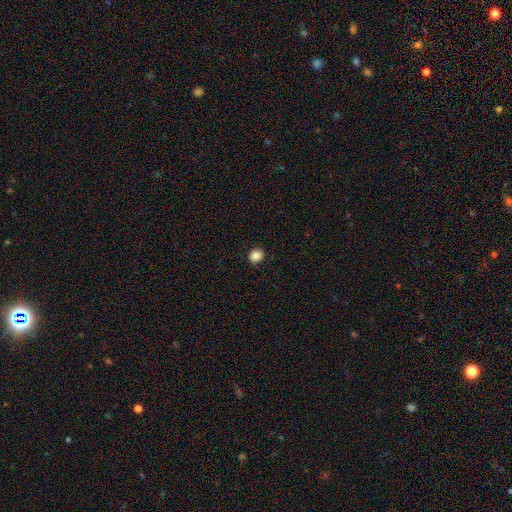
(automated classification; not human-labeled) Smooth or featured: smooth — 86% (star or artifact — 10%)
How rounded: round — 71% (in between — 28%)
Merging: none — 91% (minor disturbance — 6%)